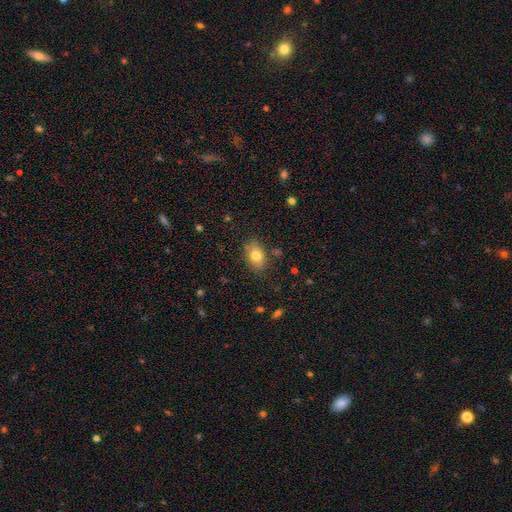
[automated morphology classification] Smooth or featured: smooth — 78% (featured or disk — 13%)
How rounded: in between — 79% (round — 20%)
Merging: none — 82% (minor disturbance — 13%)